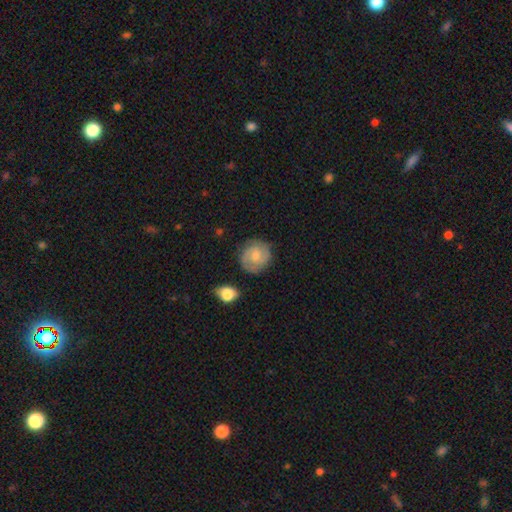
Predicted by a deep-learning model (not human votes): smooth_or_featured: smooth (p=0.48) [alt: featured or disk p=0.44]
merging: none (p=0.79) [alt: minor disturbance p=0.14]